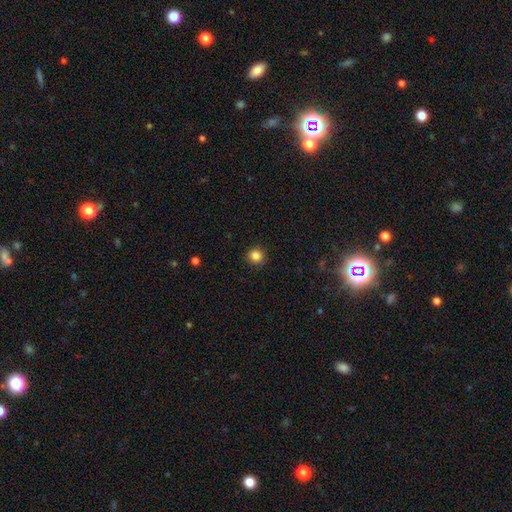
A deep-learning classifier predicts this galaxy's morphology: smooth-or-featured: smooth: 85% | star or artifact: 11% | featured or disk: 4%
  how-rounded: round: 94% | in between: 6% | cigar-shaped: 1%
  merging: none: 91% | minor disturbance: 6% | major disturbance: 2% | merger: 1%